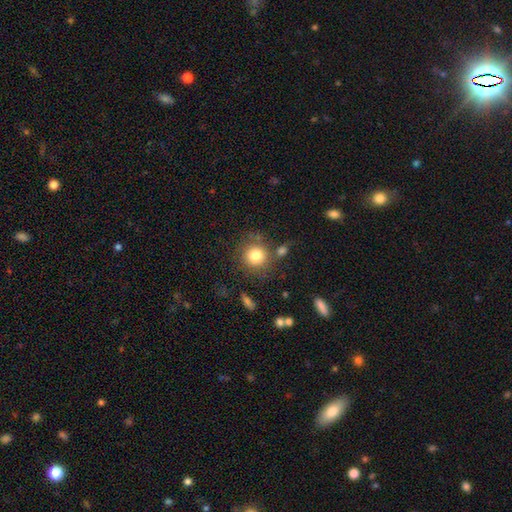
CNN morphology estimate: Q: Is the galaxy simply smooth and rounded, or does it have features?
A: smooth — 82%.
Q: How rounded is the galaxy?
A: round — 90%.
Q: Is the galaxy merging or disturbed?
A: none — 74%.